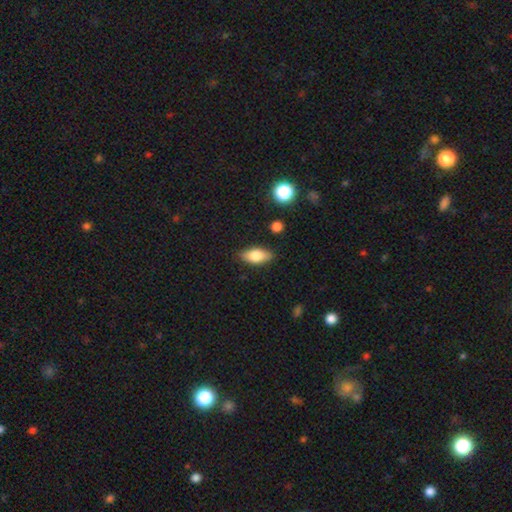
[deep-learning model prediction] smooth_or_featured: smooth (p=0.75) [alt: featured or disk p=0.18]
how_rounded: in between (p=0.85) [alt: cigar-shaped p=0.11]
merging: none (p=0.85) [alt: minor disturbance p=0.11]